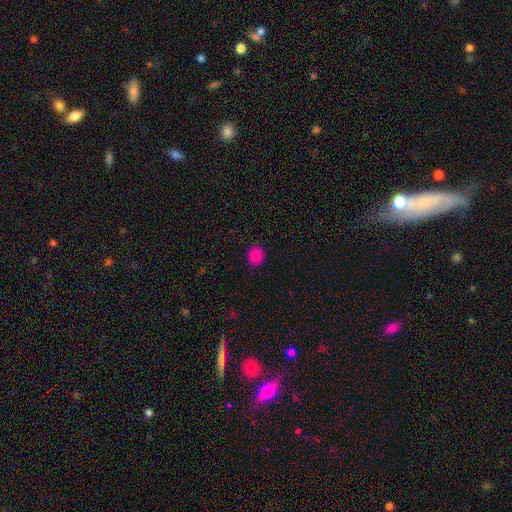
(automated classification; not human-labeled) The model was most divided on "how rounded": round: 69%, in between: 30%, cigar-shaped: 1%. More confident: merging — none (90%); smooth or featured — smooth (85%).